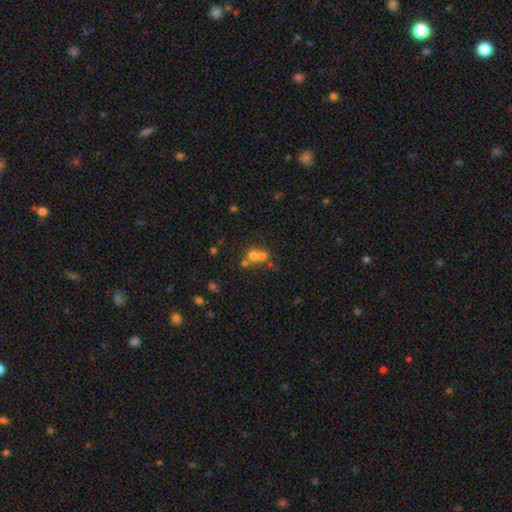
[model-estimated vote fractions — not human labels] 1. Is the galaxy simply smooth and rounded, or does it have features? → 59% smooth, 22% featured or disk, 19% star or artifact.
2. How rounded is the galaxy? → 75% round, 24% in between, 1% cigar-shaped.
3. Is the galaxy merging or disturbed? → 58% merger, 31% none, 7% minor disturbance, 4% major disturbance.